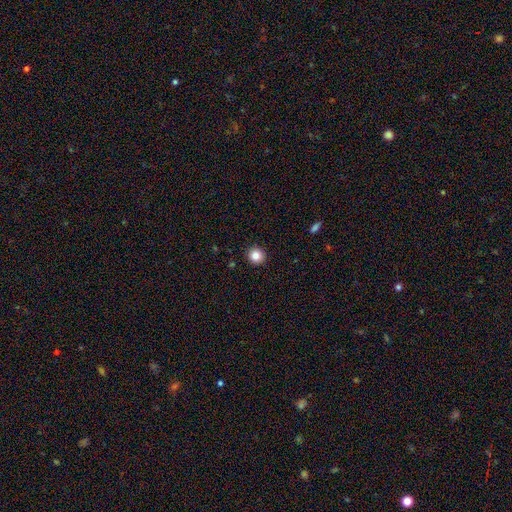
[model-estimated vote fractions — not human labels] smooth-or-featured: smooth: 84% | star or artifact: 10% | featured or disk: 6%
  how-rounded: round: 93% | in between: 6% | cigar-shaped: 1%
  merging: none: 93% | minor disturbance: 5% | major disturbance: 1% | merger: 1%